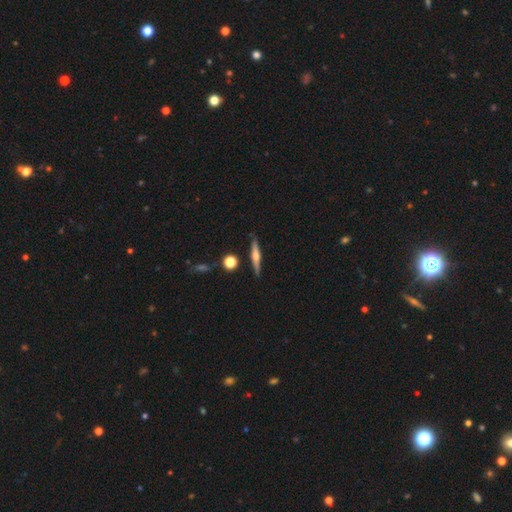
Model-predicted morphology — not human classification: featured or disk 60%, smooth 32%, star or artifact 7%. Down the decision tree: edge-on disk — yes (97%); edge-on bulge — rounded (87%); merging — none (87%).